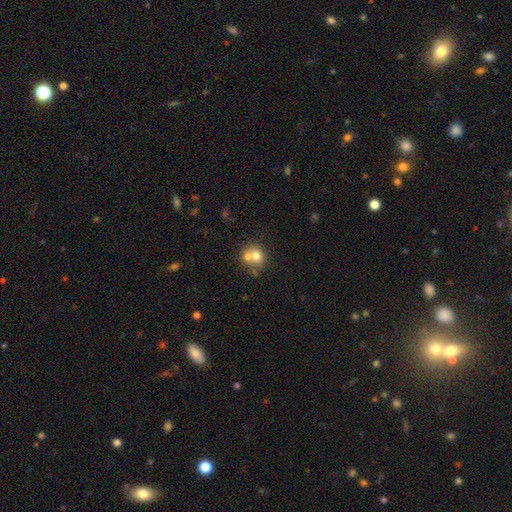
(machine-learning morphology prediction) Overall: smooth (69%). How rounded: round (78%). Merging: merger (54%; none 36%).